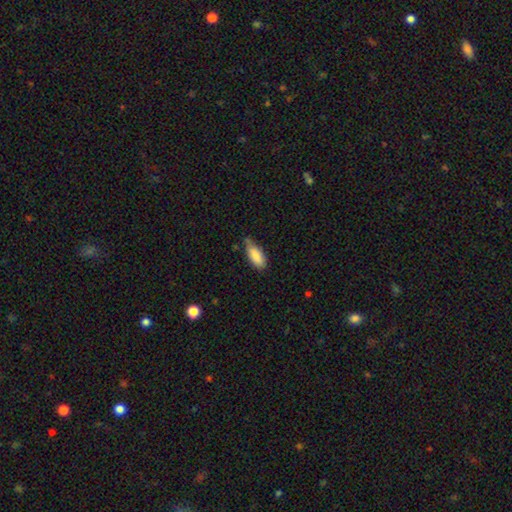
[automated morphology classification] Smooth or featured? Predicted: smooth (p=0.86). How rounded? Predicted: in between (p=0.83). Merging? Predicted: none (p=0.54).